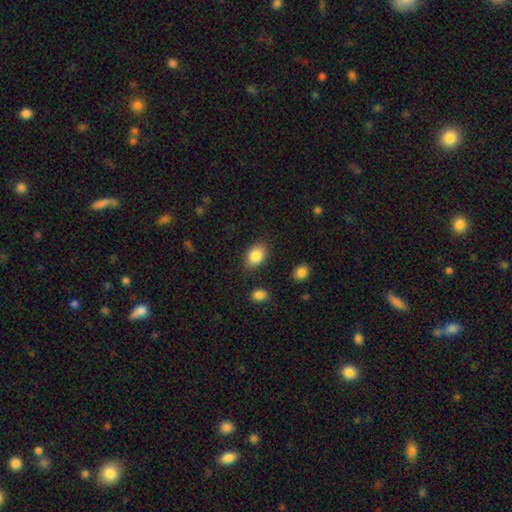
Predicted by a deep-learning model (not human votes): A smooth galaxy with no disk features (86%) that is in between round and cigar-shaped (83%).

Vote fractions:
- Smooth or featured? smooth: 86% / star or artifact: 7% / featured or disk: 7%
- How rounded? in between: 83% / round: 16% / cigar-shaped: 1%
- Merging? none: 82% / minor disturbance: 12% / major disturbance: 3% / merger: 2%